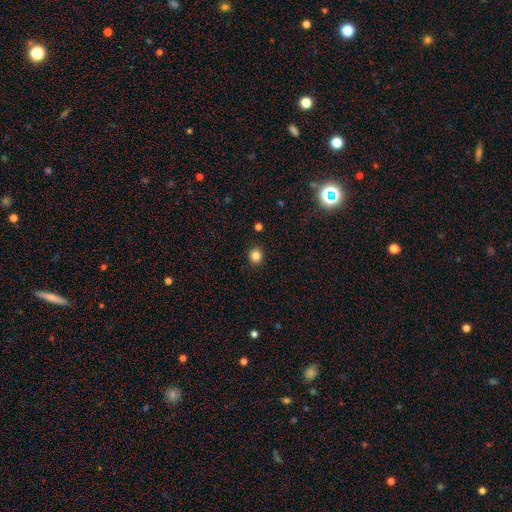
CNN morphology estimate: This is clearly a smooth galaxy (84%). How rounded: clearly round (82%). Merging: clearly none (91%).